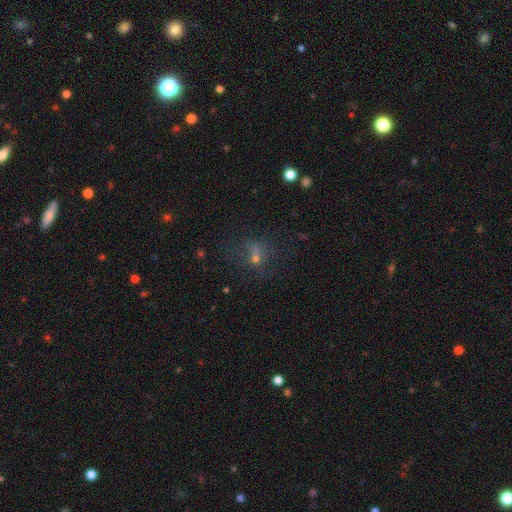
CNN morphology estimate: smooth 43%, star or artifact 35%, featured or disk 22%. Down the decision tree: merging — none (56%).